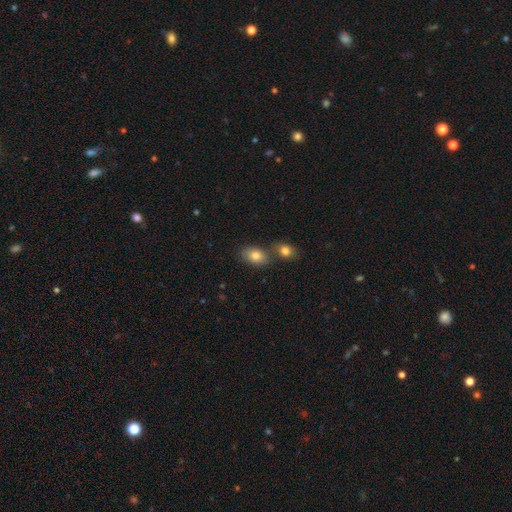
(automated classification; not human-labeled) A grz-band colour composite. It shows a smooth galaxy with no disk features (80%) that is in between round and cigar-shaped (84%). Merging: none (52%).